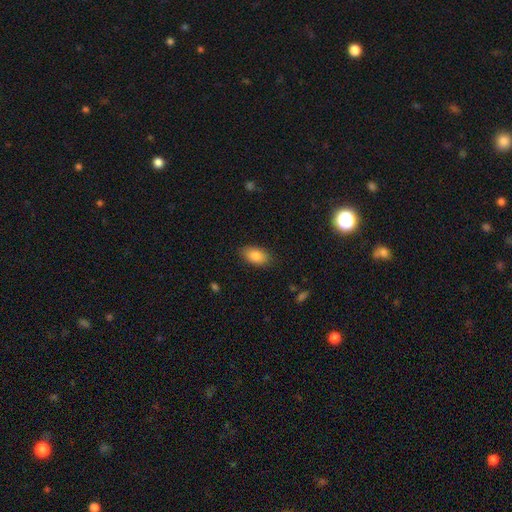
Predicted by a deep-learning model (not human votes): Q: Smooth or featured?
A: smooth (84%); runner-up: featured or disk (9%)
Q: How rounded?
A: in between (92%); runner-up: round (6%)
Q: Merging?
A: none (85%); runner-up: minor disturbance (12%)